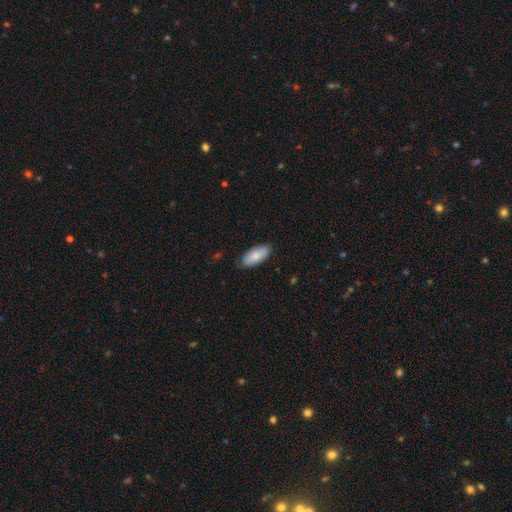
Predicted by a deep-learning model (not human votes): This is clearly a smooth galaxy (82%). How rounded: clearly in between (89%). Merging: clearly none (85%).